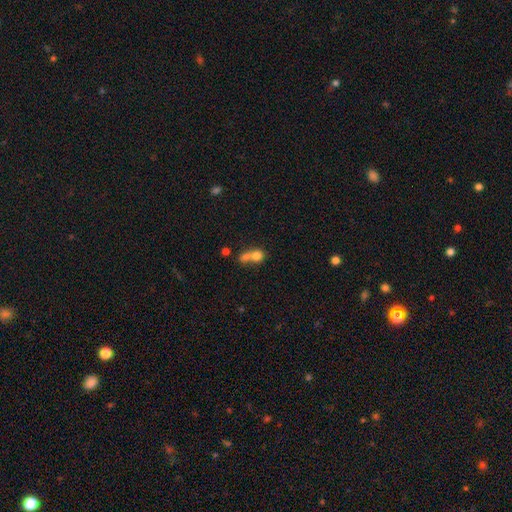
smooth-or-featured: smooth: 66% | featured or disk: 24% | star or artifact: 11%
  how-rounded: round: 68% | in between: 32% | cigar-shaped: 0%
  merging: merger: 71% | none: 26% | major disturbance: 3% | minor disturbance: 0%